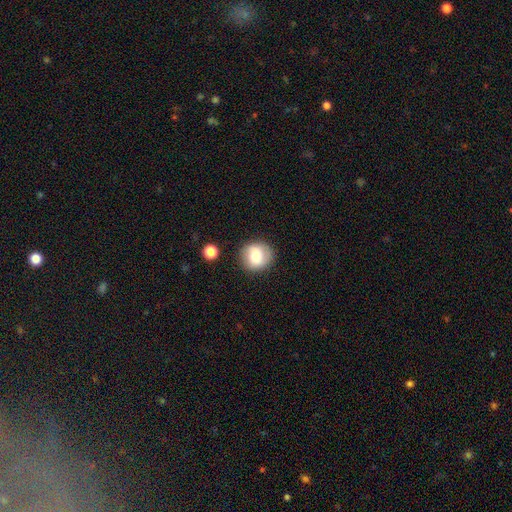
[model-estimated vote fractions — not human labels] This is likely a smooth galaxy (75%). How rounded: clearly round (86%). Merging: clearly none (84%).